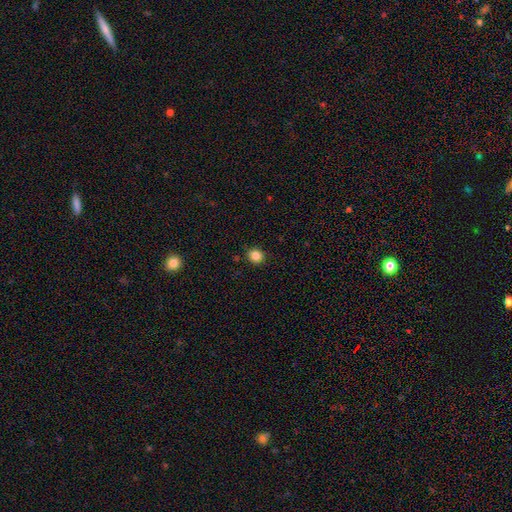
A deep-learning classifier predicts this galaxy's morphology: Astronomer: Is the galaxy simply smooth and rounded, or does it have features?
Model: smooth — 84%.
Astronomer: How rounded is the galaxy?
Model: round — 85%.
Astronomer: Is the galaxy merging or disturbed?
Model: none — 89%.